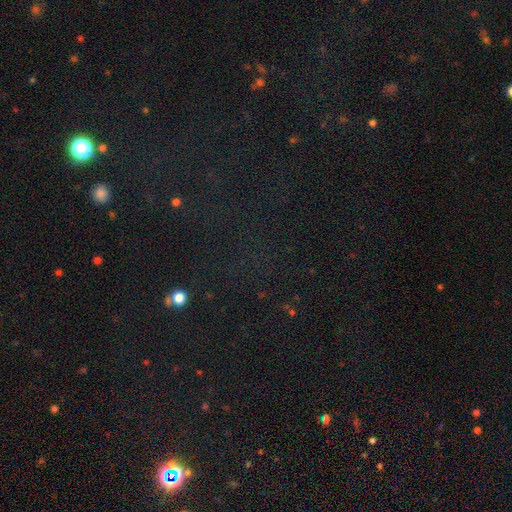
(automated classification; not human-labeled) smooth-or-featured: star or artifact: 73% | smooth: 18% | featured or disk: 9%